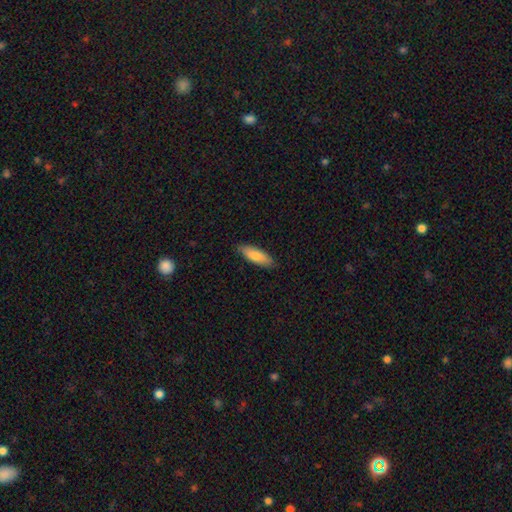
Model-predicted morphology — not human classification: type=smooth (82%); roundness=in between (62%); merging=none (84%).